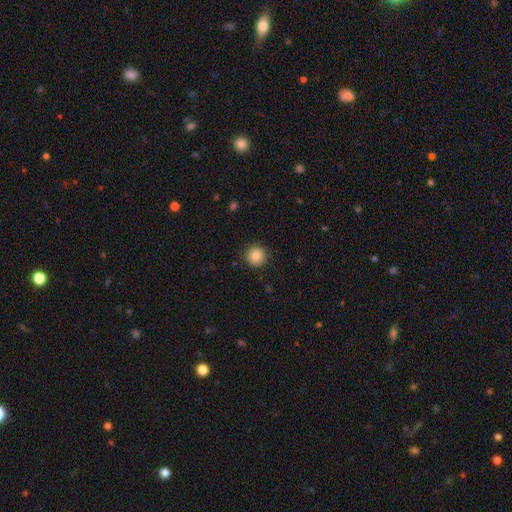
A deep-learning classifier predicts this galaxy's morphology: Q: Smooth or featured?
A: smooth (84%); runner-up: star or artifact (9%)
Q: How rounded?
A: round (95%); runner-up: in between (4%)
Q: Merging?
A: none (90%); runner-up: minor disturbance (7%)